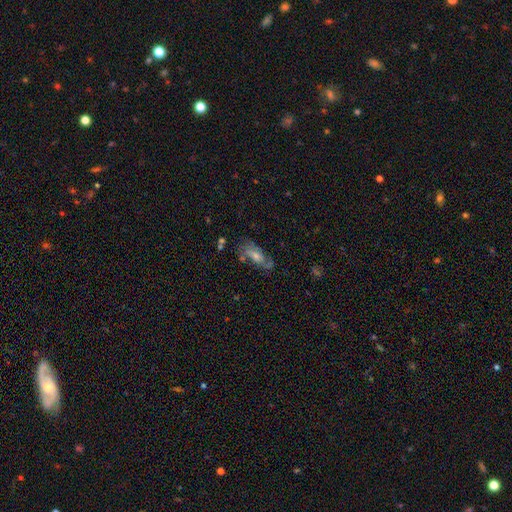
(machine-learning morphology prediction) Smooth or featured? Predicted: featured or disk (p=0.52). Edge-on disk? Predicted: no (p=0.86). Merging? Predicted: none (p=0.51).